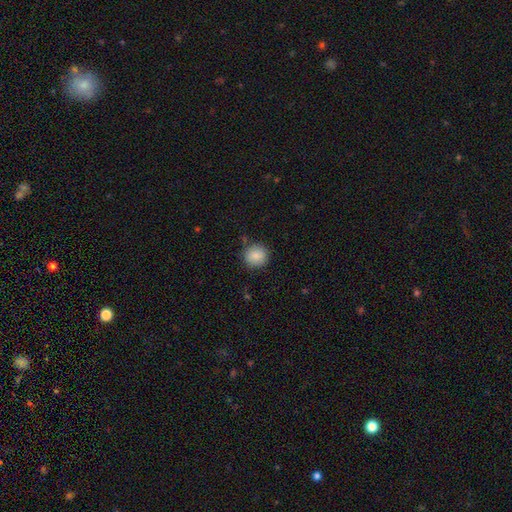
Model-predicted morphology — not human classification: Q: Smooth or featured?
A: smooth (87%); runner-up: star or artifact (8%)
Q: How rounded?
A: round (89%); runner-up: in between (10%)
Q: Merging?
A: none (84%); runner-up: minor disturbance (11%)